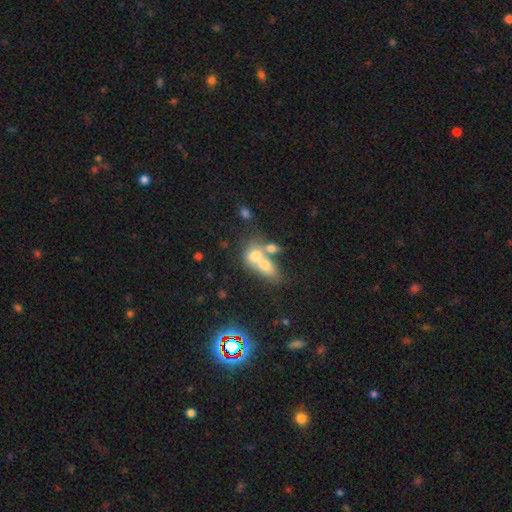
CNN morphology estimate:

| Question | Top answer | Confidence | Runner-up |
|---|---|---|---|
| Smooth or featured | smooth | 65% | featured or disk (24%) |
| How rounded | in between | 63% | round (33%) |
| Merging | merger | 69% | none (19%) |